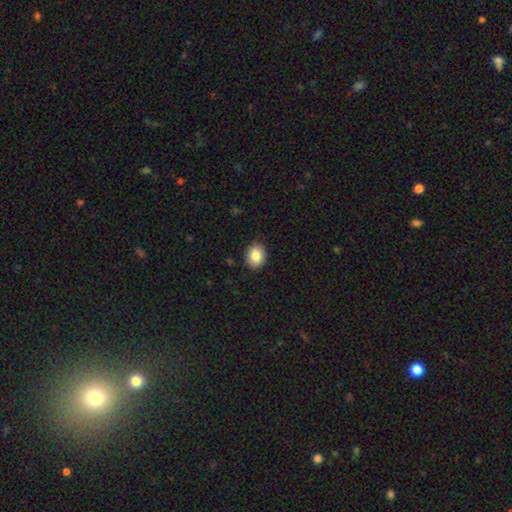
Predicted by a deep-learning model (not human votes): Smooth or featured? Predicted: smooth (p=0.85). How rounded? Predicted: in between (p=0.51). Merging? Predicted: none (p=0.88).